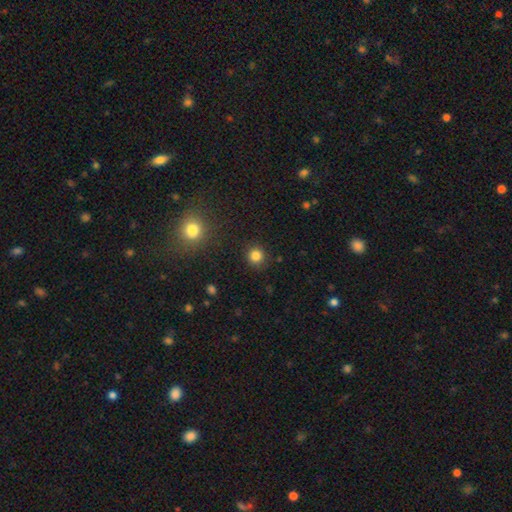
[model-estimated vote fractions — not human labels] smooth 83%, star or artifact 13%, featured or disk 4%. Down the decision tree: how rounded — round (93%); merging — none (90%).